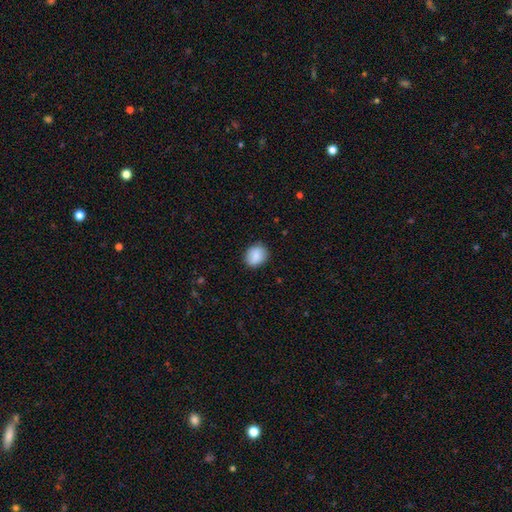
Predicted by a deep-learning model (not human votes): This is clearly a smooth galaxy (83%). How rounded: likely round (64%). Merging: clearly none (85%).